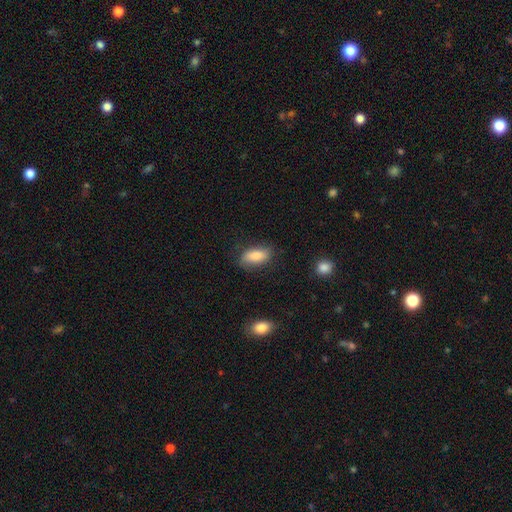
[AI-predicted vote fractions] smooth_or_featured: smooth (p=0.84) [alt: featured or disk p=0.09]
how_rounded: in between (p=0.87) [alt: cigar-shaped p=0.09]
merging: none (p=0.77) [alt: minor disturbance p=0.17]